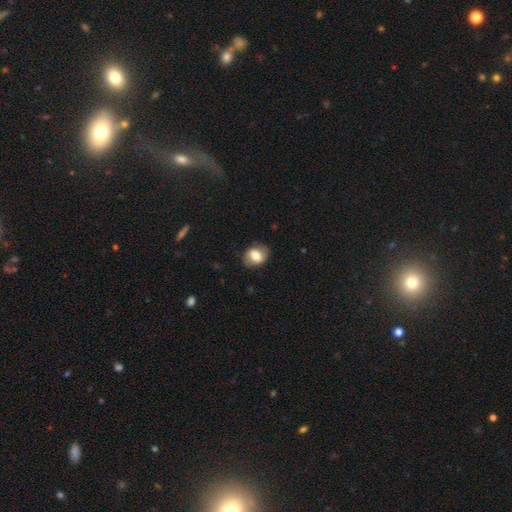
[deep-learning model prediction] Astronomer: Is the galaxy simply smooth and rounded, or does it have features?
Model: smooth — 70%.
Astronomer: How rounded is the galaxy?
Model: in between — 54% (runner-up: round, 45%).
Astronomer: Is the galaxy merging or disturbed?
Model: none — 80%.